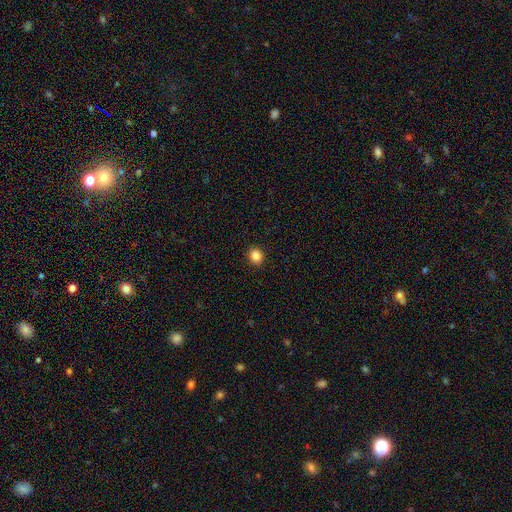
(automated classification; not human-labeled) Morphology: type=smooth (87%); roundness=round (75%); merging=none (91%).